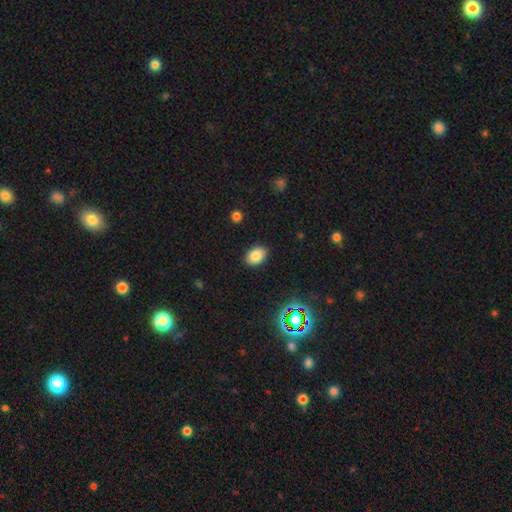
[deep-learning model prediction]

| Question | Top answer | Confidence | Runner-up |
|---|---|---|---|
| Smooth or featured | smooth | 83% | star or artifact (11%) |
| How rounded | in between | 82% | round (17%) |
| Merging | none | 89% | minor disturbance (8%) |